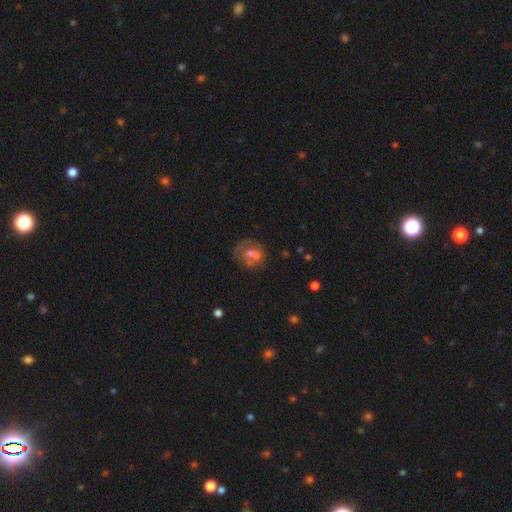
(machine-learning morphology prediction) This is marginally a smooth galaxy (42%). Merging: possibly none (57%).